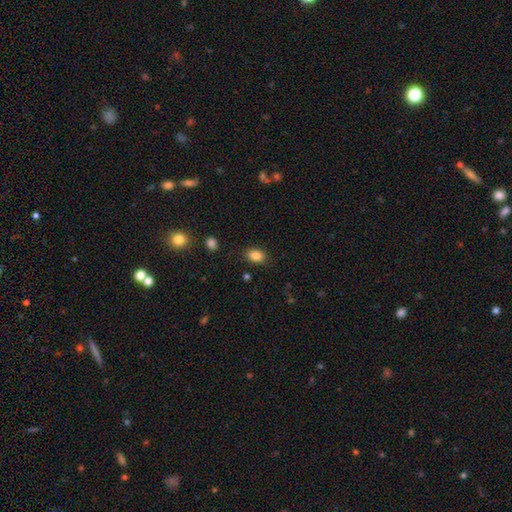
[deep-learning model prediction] This is clearly a smooth galaxy (85%). How rounded: likely in between (80%). Merging: clearly none (84%).